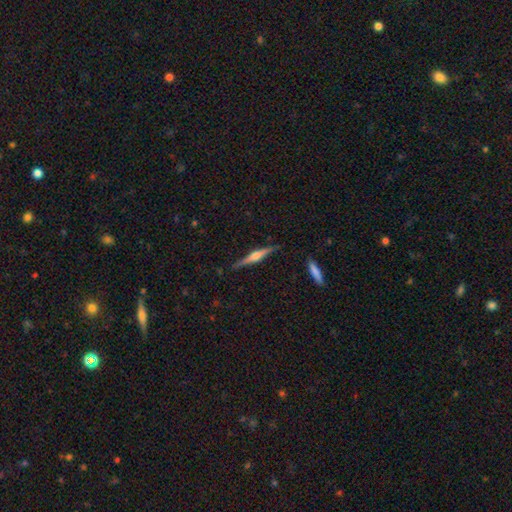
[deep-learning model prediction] Smooth or featured? Predicted: featured or disk (p=0.75). Edge-on disk? Predicted: yes (p=0.98). Edge-on bulge? Predicted: rounded (p=0.81). Merging? Predicted: none (p=0.88).